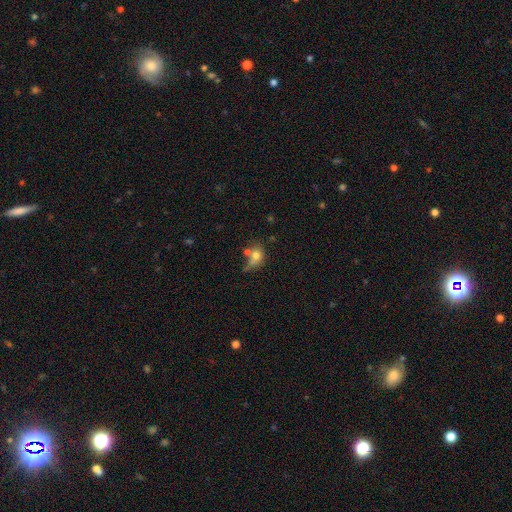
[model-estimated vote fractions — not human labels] The model was most divided on "merging": none: 34%, merger: 33%, minor disturbance: 18%, major disturbance: 15%. More confident: smooth or featured — smooth (71%); how rounded — round (50%).